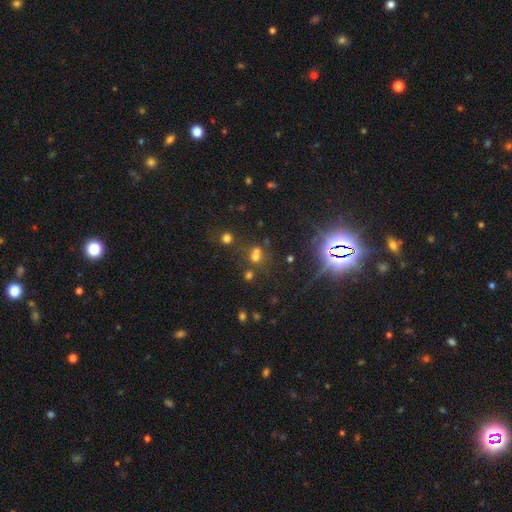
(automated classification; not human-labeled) Overall: smooth (48%; star or artifact 39%). Merging: none (51%; merger 34%).